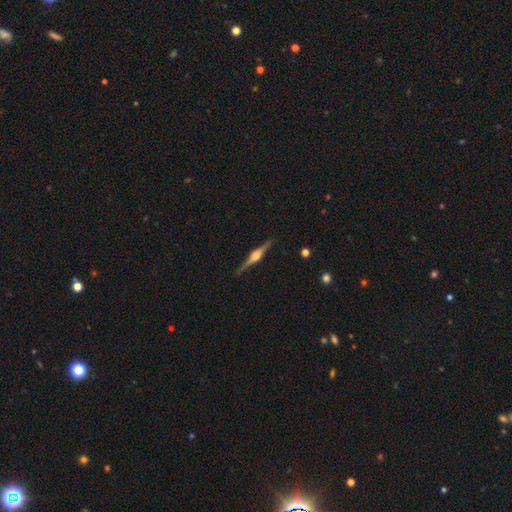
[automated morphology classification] Smooth or featured: featured or disk — 84% (smooth — 11%)
Edge-on disk: yes — 98% (no — 2%)
Edge-on bulge: rounded — 91% (boxy — 7%)
Merging: none — 90% (minor disturbance — 7%)